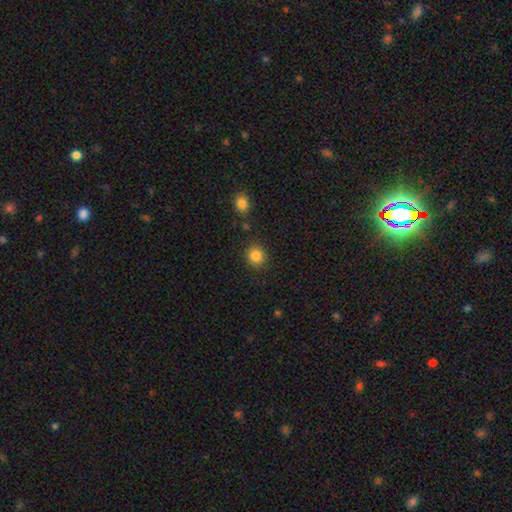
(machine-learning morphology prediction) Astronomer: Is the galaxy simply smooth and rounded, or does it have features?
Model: smooth — 85%.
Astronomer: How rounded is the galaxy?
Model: round — 86%.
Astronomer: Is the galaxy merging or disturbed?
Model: none — 87%.